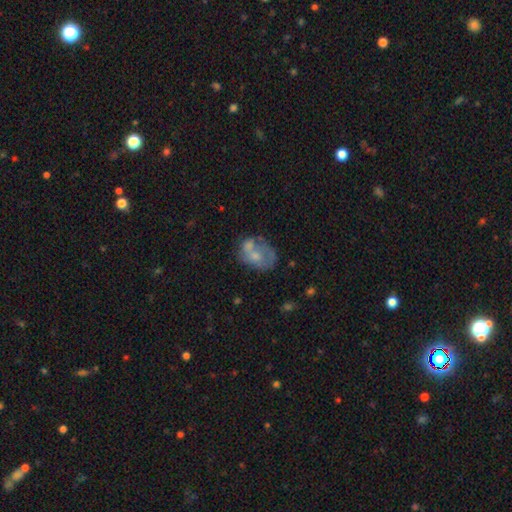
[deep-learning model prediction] This appears to be a smooth galaxy with no disk features (47%). Merging: none (33%).